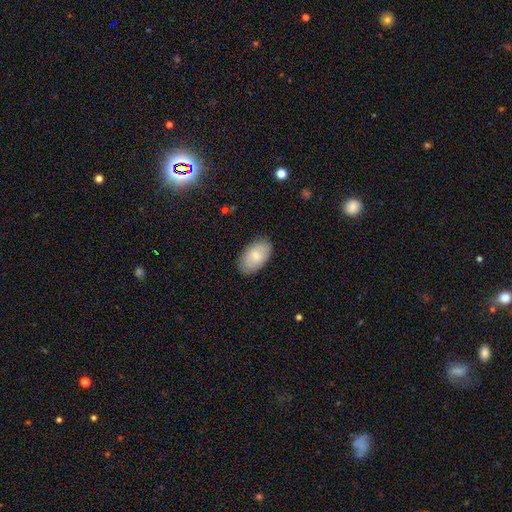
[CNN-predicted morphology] Smooth or featured? smooth (76%)
How rounded? in between (94%)
Merging? none (85%)